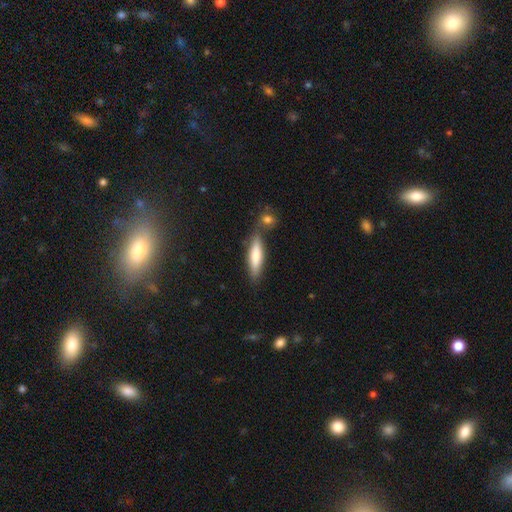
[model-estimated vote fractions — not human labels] A smooth galaxy with no disk features (72%) that is cigar-shaped (69%).

Vote fractions:
- Smooth or featured? smooth: 72% / featured or disk: 22% / star or artifact: 6%
- How rounded? cigar-shaped: 69% / in between: 29% / round: 2%
- Merging? none: 67% / minor disturbance: 14% / merger: 14% / major disturbance: 4%